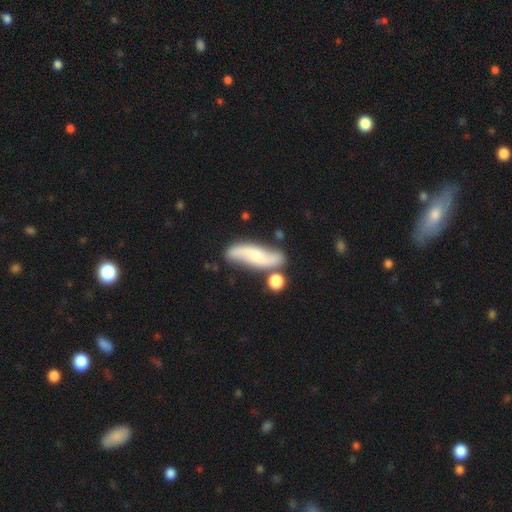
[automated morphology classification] Smooth or featured?
  - featured or disk: 66% *
  - smooth: 27%
  - star or artifact: 7%
Edge-on disk?
  - no: 86% *
  - yes: 14%
Bar?
  - no: 55% *
  - weak: 32%
  - strong: 13%
Spiral arms?
  - yes: 93% *
  - no: 7%
Spiral winding?
  - loose: 72% *
  - medium: 20%
  - tight: 7%
Spiral arm count?
  - 2: 91% *
  - can't tell: 5%
  - 1: 2%
  - 3: 1%
  - 4: 1%
  - more than 4: 1%
Bulge size?
  - small: 46% *
  - moderate: 32%
  - none: 14%
  - large: 5%
  - dominant: 2%
Merging?
  - none: 66% *
  - merger: 15%
  - minor disturbance: 15%
  - major disturbance: 4%